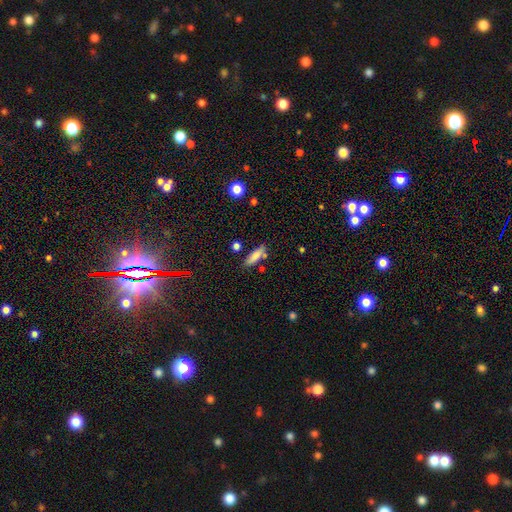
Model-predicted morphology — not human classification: This is likely a smooth galaxy (79%). How rounded: possibly cigar-shaped (52%). Merging: likely none (75%).